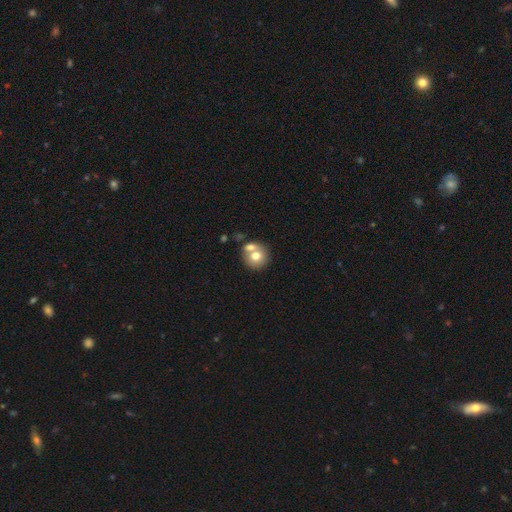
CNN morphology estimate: Smooth or featured? Predicted: smooth (p=0.70). How rounded? Predicted: round (p=0.83). Merging? Predicted: none (p=0.46).